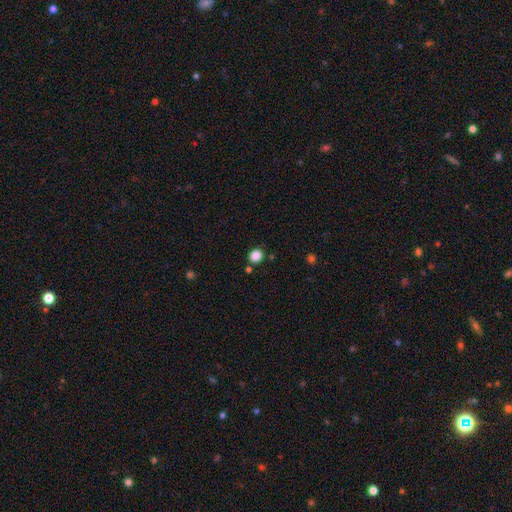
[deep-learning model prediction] Smooth or featured? smooth (85%)
How rounded? round (76%)
Merging? none (83%)